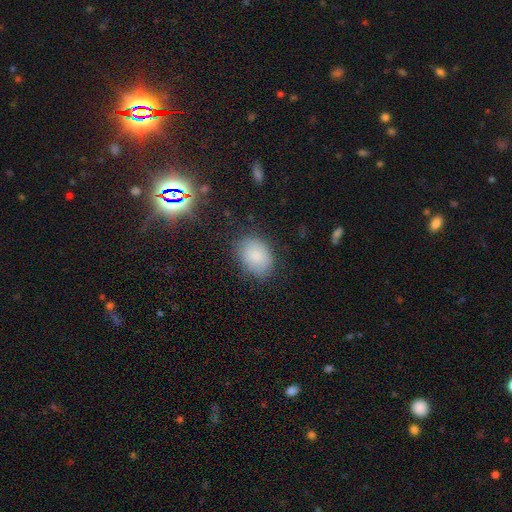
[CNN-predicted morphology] A smooth galaxy with no disk features (83%) that is in between round and cigar-shaped (70%). Merging: none (79%).